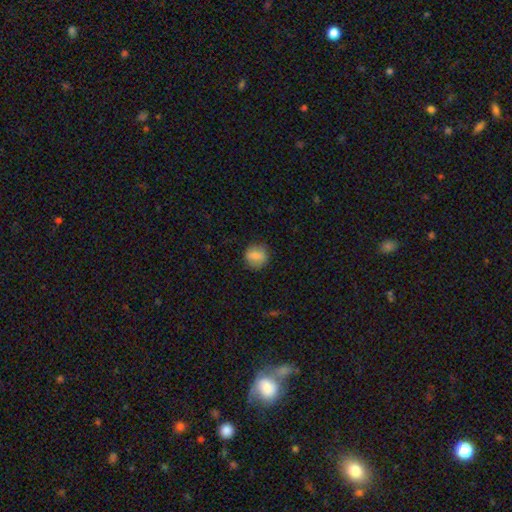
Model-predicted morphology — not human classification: smooth 80%, featured or disk 11%, star or artifact 8%. Down the decision tree: how rounded — round (75%); merging — none (81%).